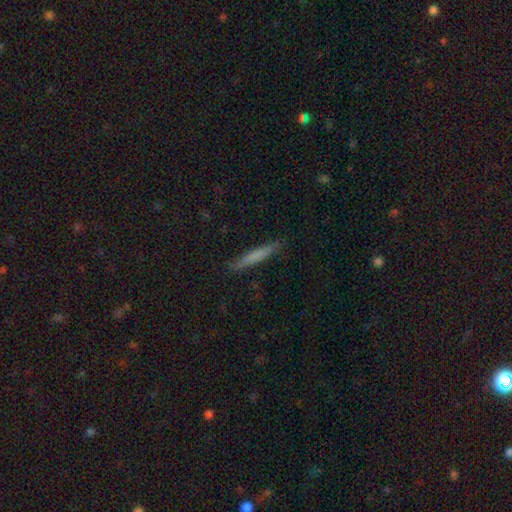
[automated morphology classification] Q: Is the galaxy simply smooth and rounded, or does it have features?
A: smooth — 69%.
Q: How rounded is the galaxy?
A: cigar-shaped — 95%.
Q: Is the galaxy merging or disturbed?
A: none — 89%.